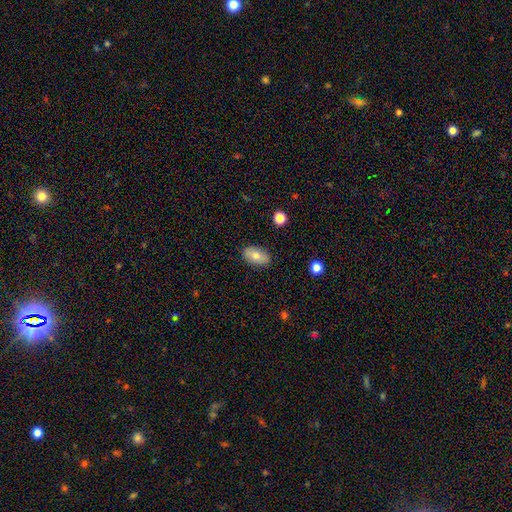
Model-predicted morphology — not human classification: This appears to be a smooth galaxy with no disk features (72%) that is in between round and cigar-shaped (92%). Merging: none (86%).